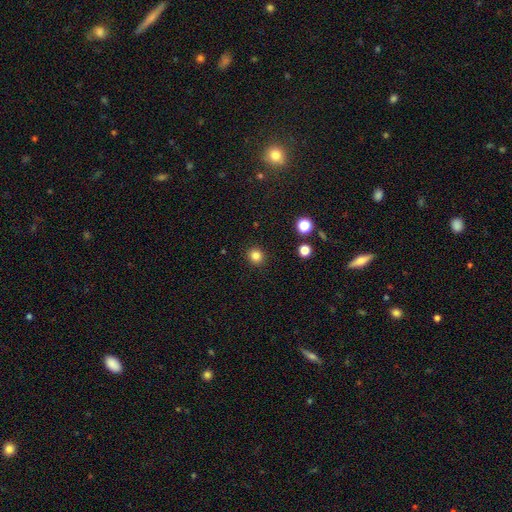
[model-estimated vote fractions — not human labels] Overall: smooth (83%). How rounded: round (92%). Merging: none (92%).